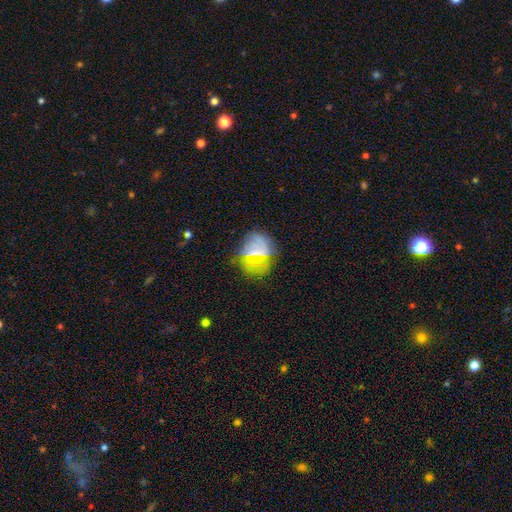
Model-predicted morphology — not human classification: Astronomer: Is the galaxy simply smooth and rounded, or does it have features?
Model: smooth — 47% (runner-up: featured or disk, 32%).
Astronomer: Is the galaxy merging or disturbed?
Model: none — 75%.